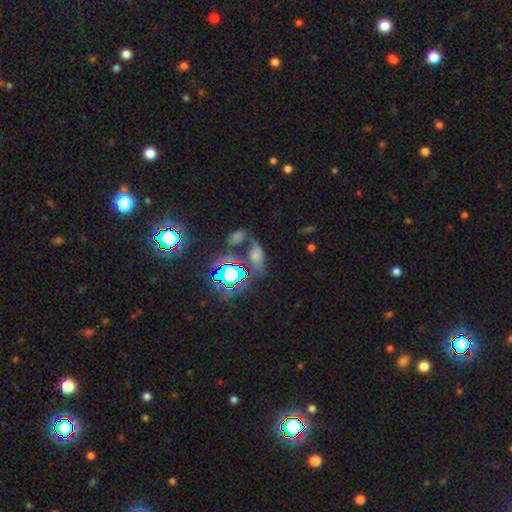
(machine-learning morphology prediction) Smooth or featured: smooth — 45% (star or artifact — 38%)
Merging: none — 49% (merger — 22%)